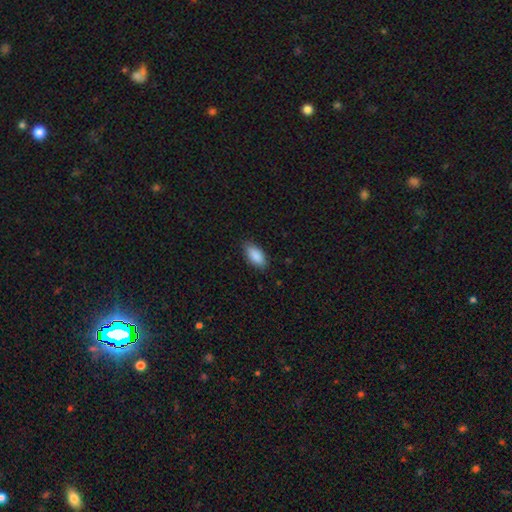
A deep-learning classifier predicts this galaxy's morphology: Q: Smooth or featured?
A: smooth (89%); runner-up: star or artifact (6%)
Q: How rounded?
A: in between (91%); runner-up: cigar-shaped (7%)
Q: Merging?
A: none (84%); runner-up: minor disturbance (13%)